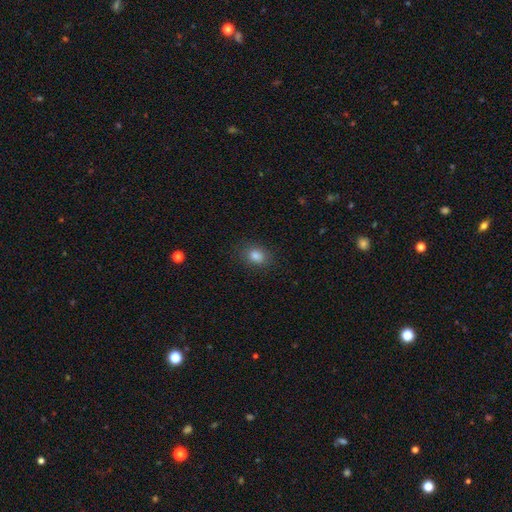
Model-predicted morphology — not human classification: Smooth or featured: smooth — 83% (star or artifact — 12%)
How rounded: in between — 59% (round — 40%)
Merging: none — 86% (minor disturbance — 10%)